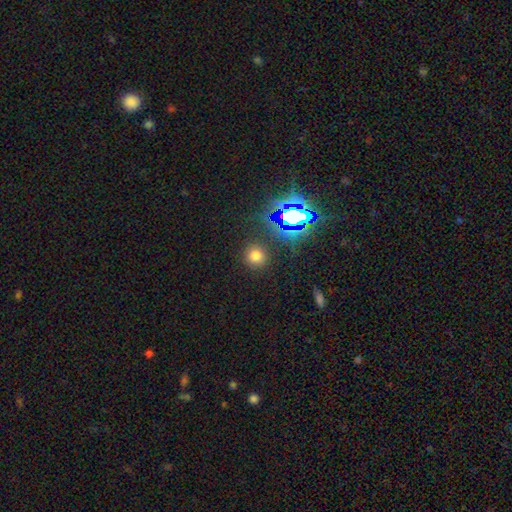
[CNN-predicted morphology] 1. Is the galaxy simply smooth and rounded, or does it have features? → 68% smooth, 26% star or artifact, 7% featured or disk.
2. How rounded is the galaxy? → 91% round, 8% in between, 1% cigar-shaped.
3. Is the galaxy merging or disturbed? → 89% none, 6% minor disturbance, 3% major disturbance, 2% merger.